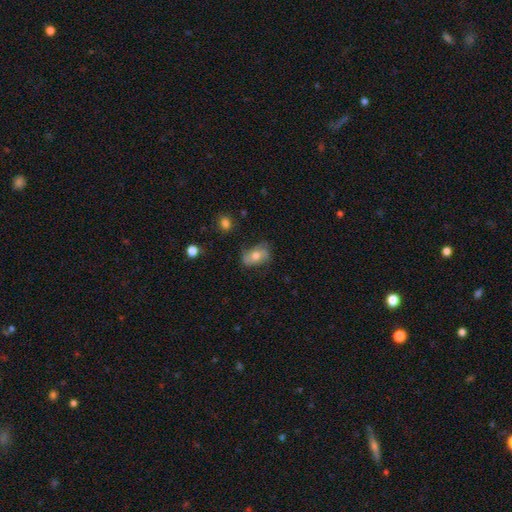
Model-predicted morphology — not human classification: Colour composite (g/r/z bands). It shows a smooth galaxy with no disk features (56%) that is in between round and cigar-shaped (82%). Merging: none (64%).